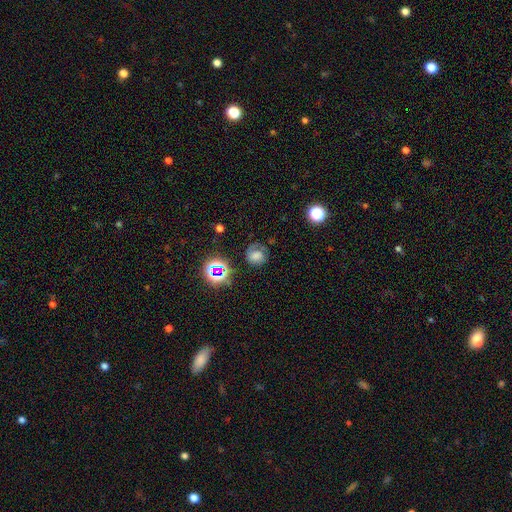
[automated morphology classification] smooth 51%, featured or disk 29%, star or artifact 21%. Down the decision tree: how rounded — round (76%); merging — none (56%).